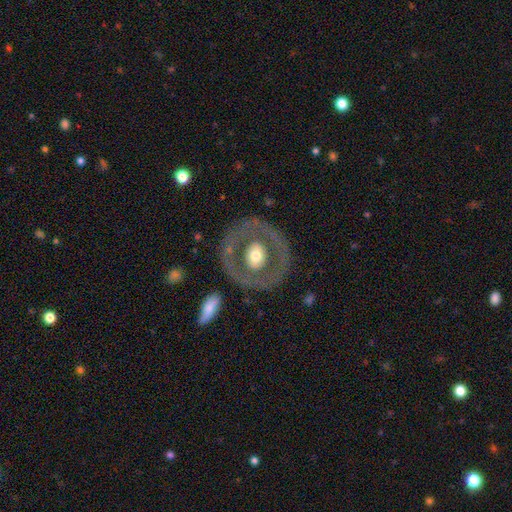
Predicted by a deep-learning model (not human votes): Morphology: type=featured or disk (55%); edge-on=no (94%); bar=no (82%); spiral arms=no (91%); bulge=moderate (65%); merging=none (81%).